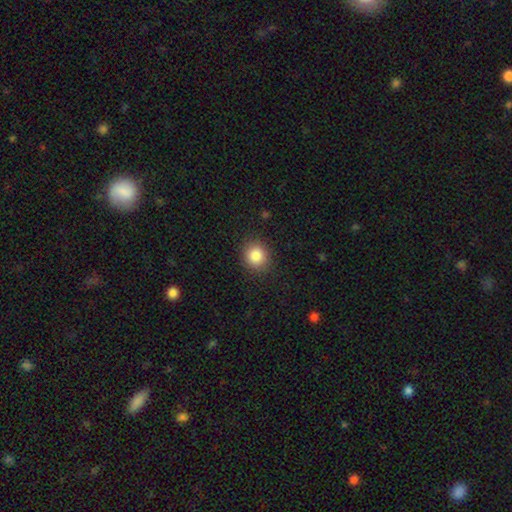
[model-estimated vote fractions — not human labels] This appears to be a smooth galaxy with no disk features (85%) that is round (82%). Merging: none (88%).